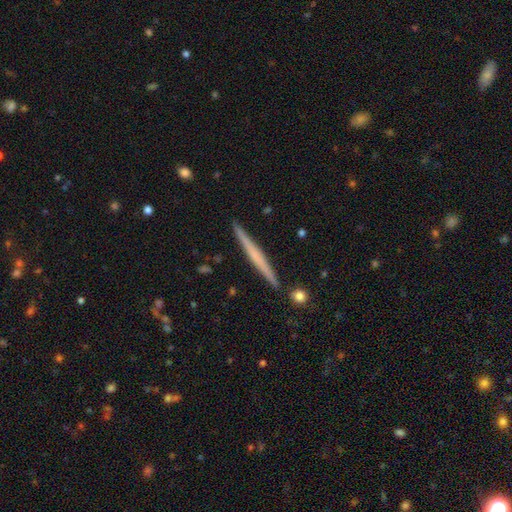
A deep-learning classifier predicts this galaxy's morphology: The model was most divided on "smooth or featured": featured or disk: 56%, smooth: 38%, star or artifact: 6%. More confident: edge-on disk — yes (98%); merging — none (90%); edge-on bulge — none (75%).